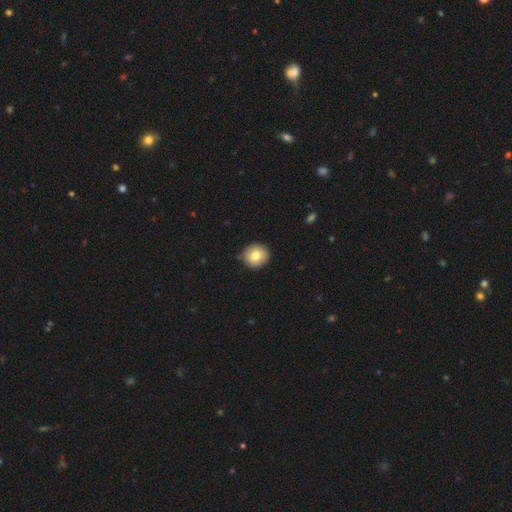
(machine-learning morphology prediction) Smooth or featured? smooth (79%)
How rounded? round (90%)
Merging? none (88%)